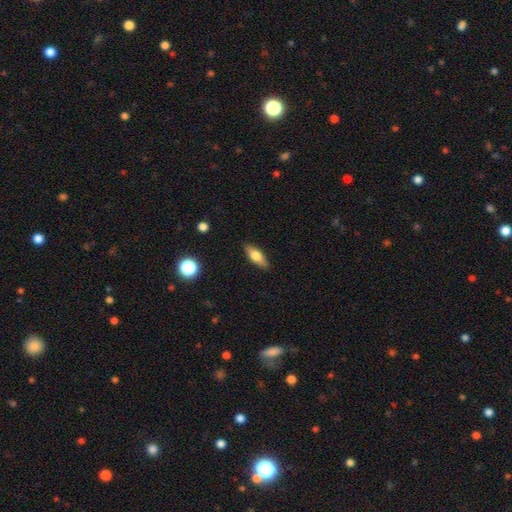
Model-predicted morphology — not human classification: smooth-or-featured: smooth: 69% | featured or disk: 24% | star or artifact: 7%
  how-rounded: in between: 68% | cigar-shaped: 29% | round: 3%
  merging: none: 87% | minor disturbance: 10% | major disturbance: 2% | merger: 1%